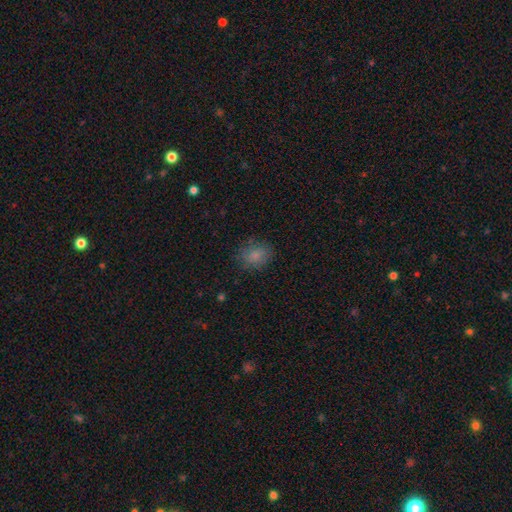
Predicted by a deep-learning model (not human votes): smooth 83%, star or artifact 11%, featured or disk 7%. Down the decision tree: how rounded — round (56%); merging — none (80%).